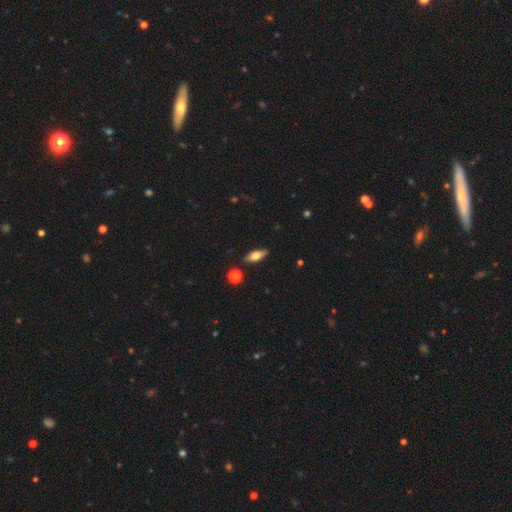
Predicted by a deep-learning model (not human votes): Smooth or featured? smooth (61%)
How rounded? in between (67%)
Merging? none (87%)